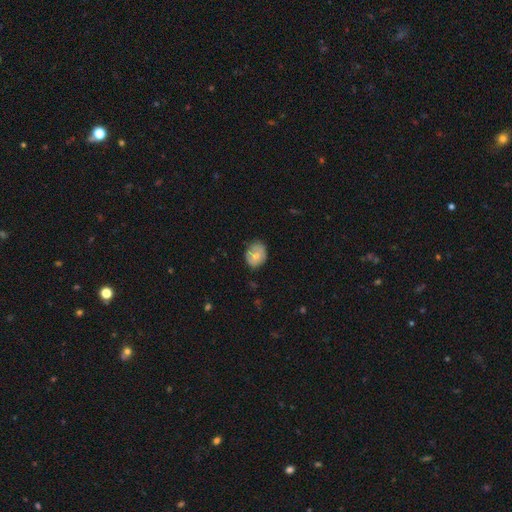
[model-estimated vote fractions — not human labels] A smooth galaxy with no disk features (64%) that is round (54%).

Vote fractions:
- Smooth or featured? smooth: 64% / featured or disk: 28% / star or artifact: 8%
- How rounded? round: 54% / in between: 46% / cigar-shaped: 1%
- Merging? none: 61% / minor disturbance: 30% / major disturbance: 7% / merger: 2%